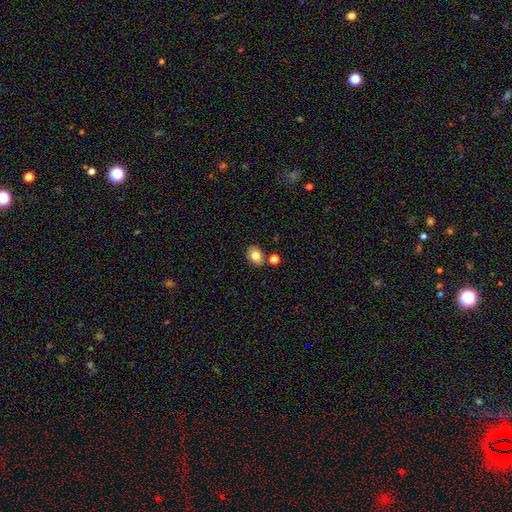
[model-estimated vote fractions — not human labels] Q: Smooth or featured?
A: smooth (80%); runner-up: featured or disk (11%)
Q: How rounded?
A: in between (67%); runner-up: round (31%)
Q: Merging?
A: none (73%); runner-up: minor disturbance (14%)